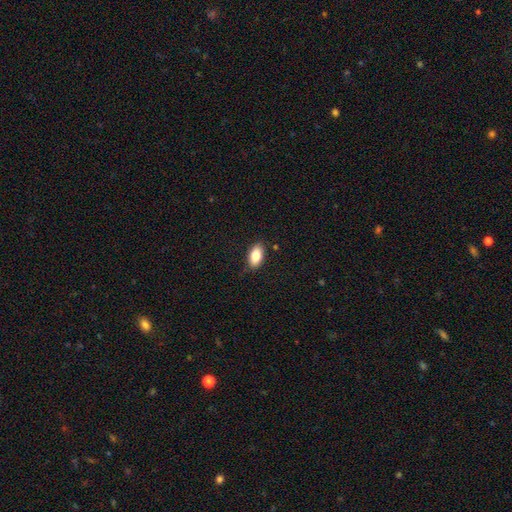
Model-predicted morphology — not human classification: This appears to be a smooth galaxy with no disk features (83%) that is in between round and cigar-shaped (92%). Merging: none (85%).